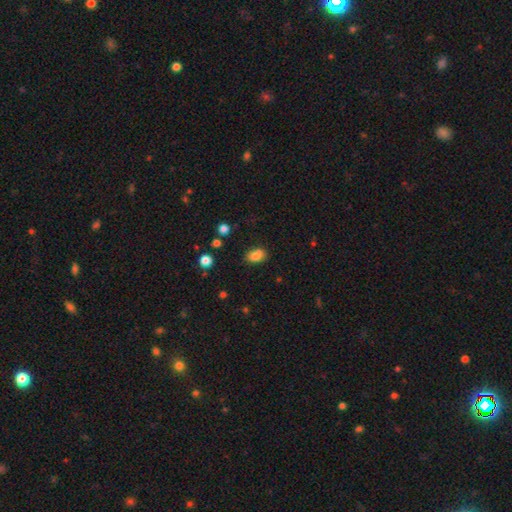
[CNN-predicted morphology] Smooth or featured?
  - smooth: 83% *
  - star or artifact: 10%
  - featured or disk: 7%
How rounded?
  - in between: 83% *
  - round: 16%
  - cigar-shaped: 2%
Merging?
  - none: 76% *
  - minor disturbance: 16%
  - merger: 5%
  - major disturbance: 3%